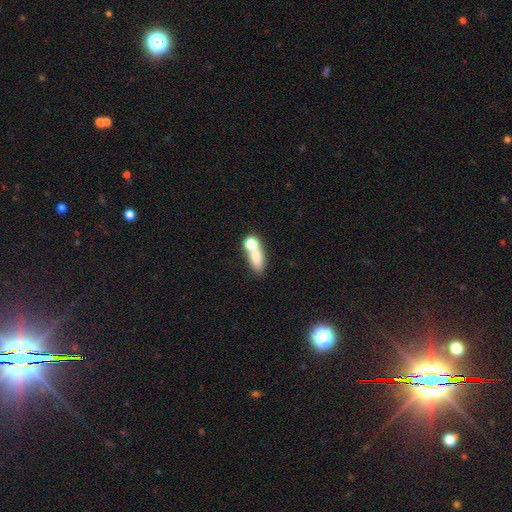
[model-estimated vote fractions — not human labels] Smooth or featured? smooth (71%)
How rounded? in between (62%)
Merging? merger (41%)